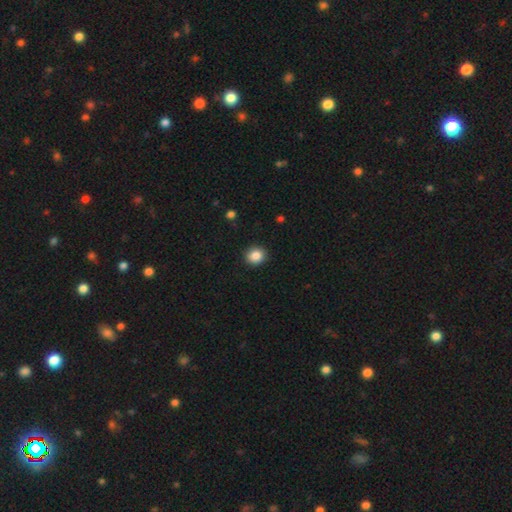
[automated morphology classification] A smooth galaxy with no disk features (86%) that is round (82%). Merging: none (91%).